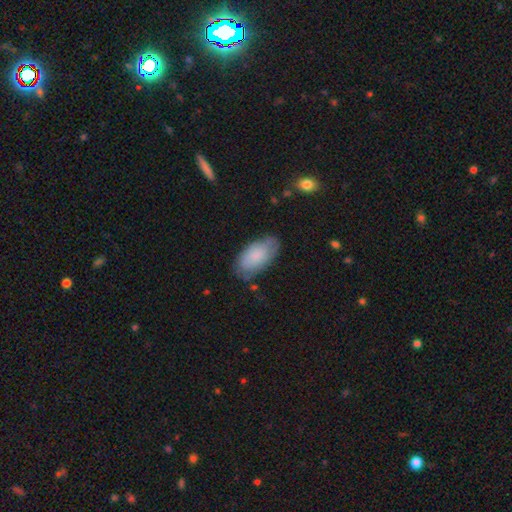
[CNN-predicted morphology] A smooth galaxy with no disk features (77%) that is in between round and cigar-shaped (95%). Merging: none (69%).